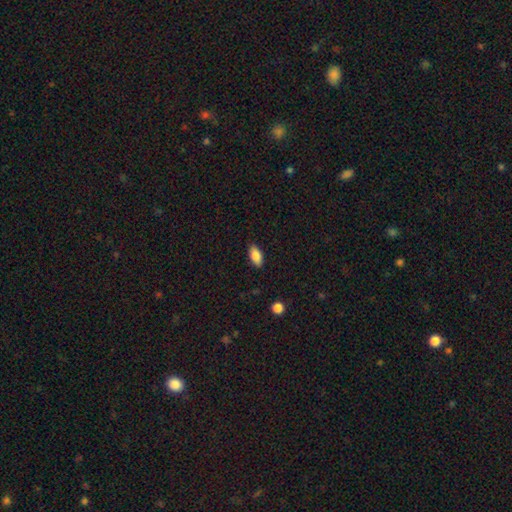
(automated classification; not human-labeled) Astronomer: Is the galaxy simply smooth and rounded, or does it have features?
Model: smooth — 84%.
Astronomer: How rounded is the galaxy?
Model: in between — 88%.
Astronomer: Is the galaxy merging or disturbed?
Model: none — 87%.